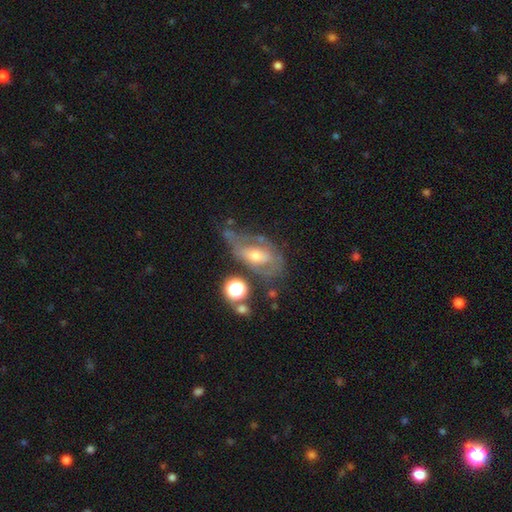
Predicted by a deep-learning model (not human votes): Q: Smooth or featured?
A: featured or disk (67%); runner-up: smooth (19%)
Q: Edge-on disk?
A: no (90%); runner-up: yes (10%)
Q: Bar?
A: no (48%); runner-up: weak (37%)
Q: Spiral arms?
A: yes (69%); runner-up: no (31%)
Q: Bulge size?
A: moderate (51%); runner-up: small (40%)
Q: Merging?
A: none (41%); runner-up: major disturbance (25%)